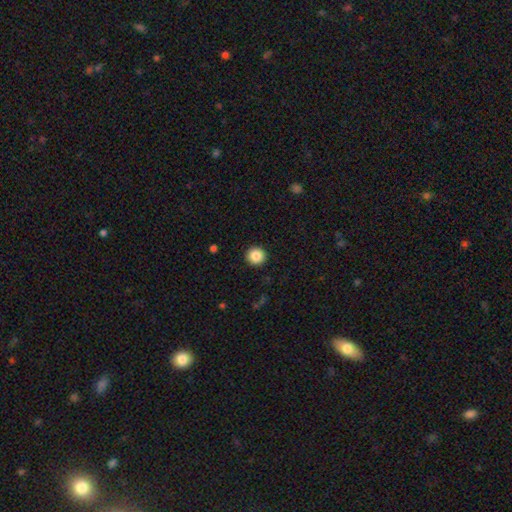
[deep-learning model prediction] A smooth galaxy with no disk features (87%) that is round (95%). Merging: none (93%).